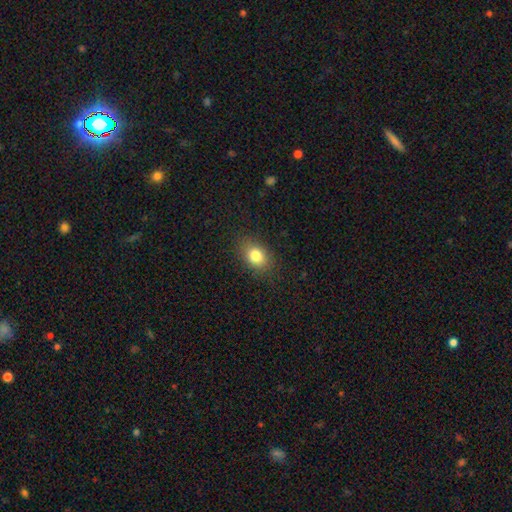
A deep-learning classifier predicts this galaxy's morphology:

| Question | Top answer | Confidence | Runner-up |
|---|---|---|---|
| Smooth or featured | smooth | 82% | star or artifact (10%) |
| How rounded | in between | 71% | round (28%) |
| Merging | none | 85% | minor disturbance (11%) |